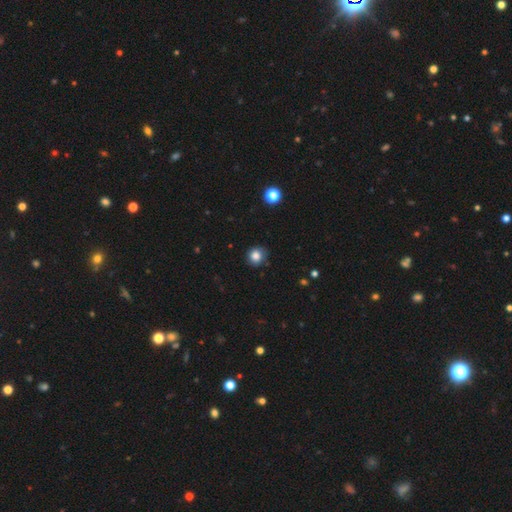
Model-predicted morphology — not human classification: smooth-or-featured: smooth: 83% | star or artifact: 11% | featured or disk: 6%
  how-rounded: round: 88% | in between: 11% | cigar-shaped: 1%
  merging: none: 82% | minor disturbance: 14% | major disturbance: 3% | merger: 1%